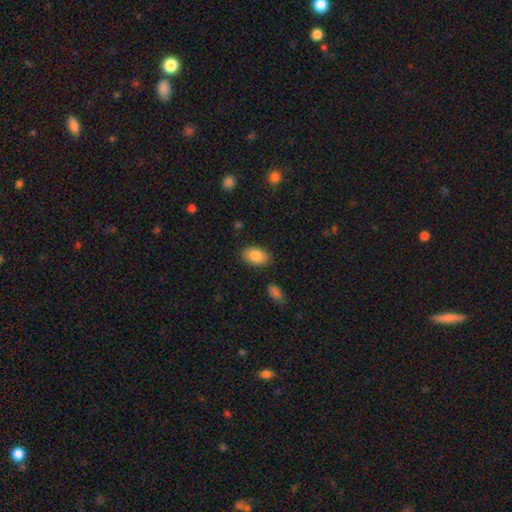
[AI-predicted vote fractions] Smooth or featured: smooth — 87% (star or artifact — 7%)
How rounded: in between — 91% (round — 8%)
Merging: none — 85% (minor disturbance — 10%)